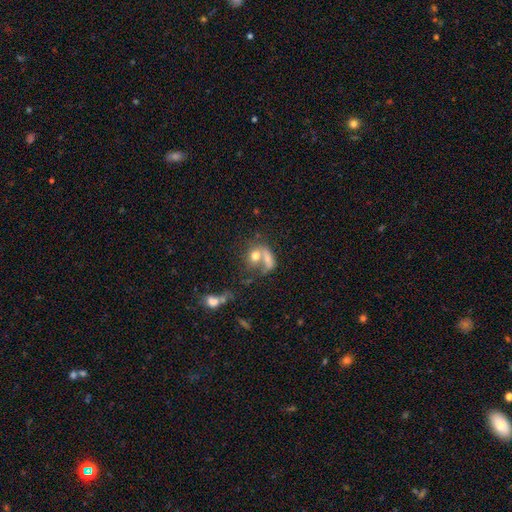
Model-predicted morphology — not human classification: smooth-or-featured: smooth: 65% | featured or disk: 24% | star or artifact: 11%
  how-rounded: round: 49% | in between: 47% | cigar-shaped: 4%
  merging: merger: 58% | none: 23% | major disturbance: 10% | minor disturbance: 8%